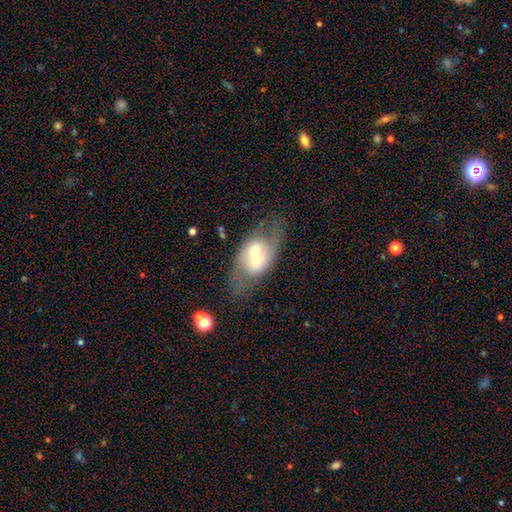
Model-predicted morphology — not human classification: featured or disk 64%, smooth 28%, star or artifact 7%. Down the decision tree: edge-on disk — no (85%); bar — strong (55%); spiral arms — yes (52%); bulge size — moderate (44%); merging — none (64%).